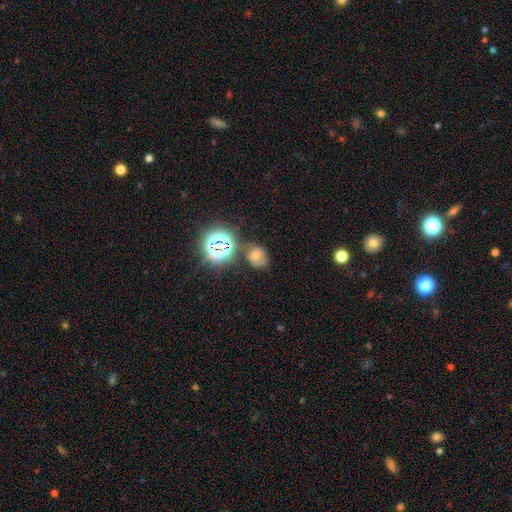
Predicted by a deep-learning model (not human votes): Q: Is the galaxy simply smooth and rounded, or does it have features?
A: star or artifact — 40%.